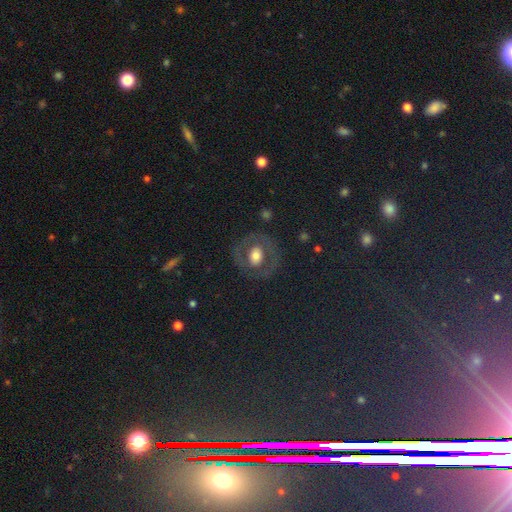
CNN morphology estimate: Smooth or featured? Predicted: smooth (p=0.48). Merging? Predicted: none (p=0.78).